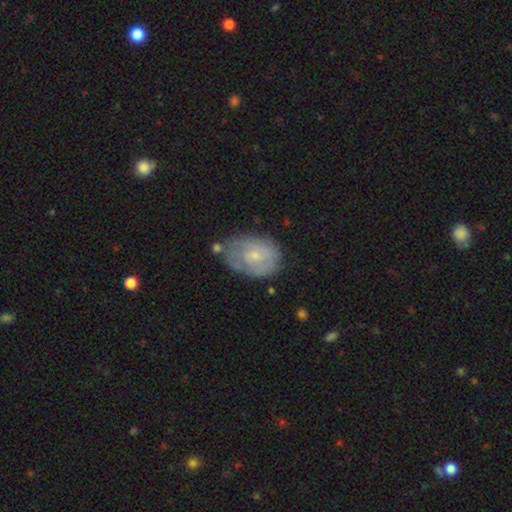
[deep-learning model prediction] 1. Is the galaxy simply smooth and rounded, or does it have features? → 48% smooth, 44% featured or disk, 7% star or artifact.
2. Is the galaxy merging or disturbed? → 53% none, 30% minor disturbance, 11% major disturbance, 6% merger.